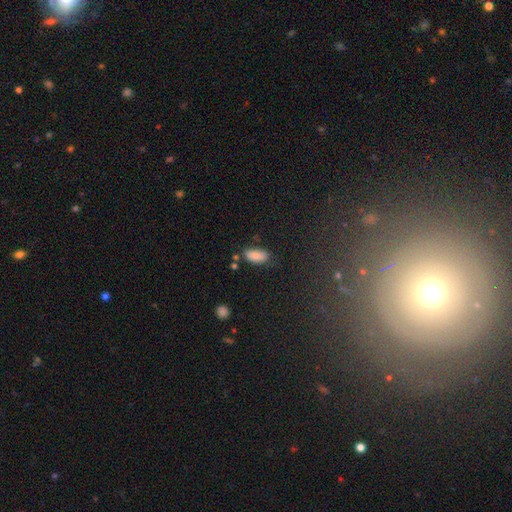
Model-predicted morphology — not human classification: Smooth or featured: smooth — 86% (star or artifact — 8%)
How rounded: in between — 91% (cigar-shaped — 6%)
Merging: none — 71% (minor disturbance — 19%)